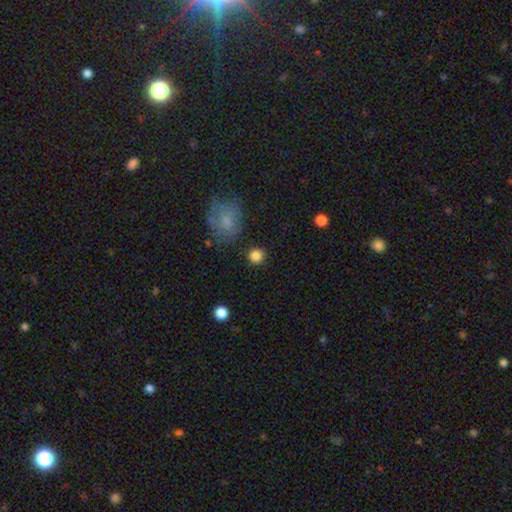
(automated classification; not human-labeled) Smooth or featured? Predicted: smooth (p=0.85). How rounded? Predicted: round (p=0.92). Merging? Predicted: none (p=0.87).